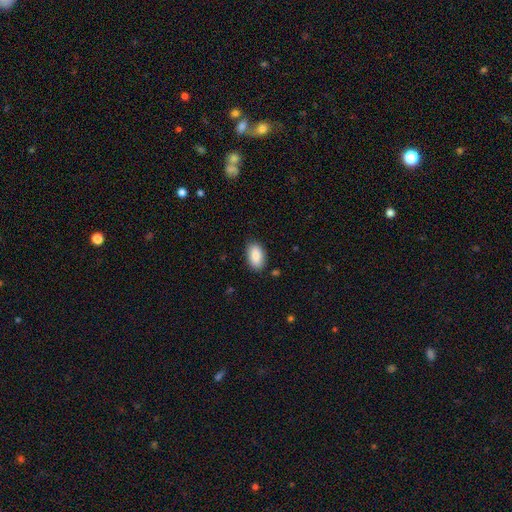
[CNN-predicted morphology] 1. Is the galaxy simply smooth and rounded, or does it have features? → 87% smooth, 7% featured or disk, 7% star or artifact.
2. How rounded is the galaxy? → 94% in between, 4% round, 2% cigar-shaped.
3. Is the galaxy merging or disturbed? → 85% none, 11% minor disturbance, 2% major disturbance, 1% merger.